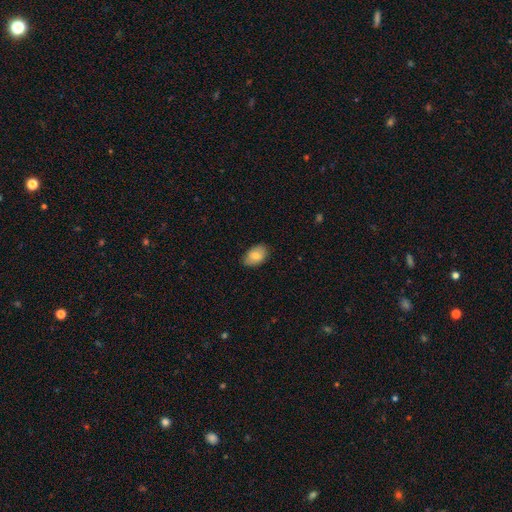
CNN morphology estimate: Overall: smooth (78%). How rounded: in between (89%). Merging: none (82%).